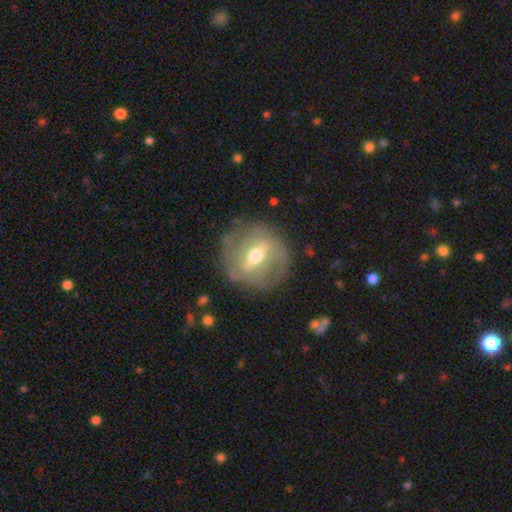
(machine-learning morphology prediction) Smooth or featured?
  - featured or disk: 67% *
  - smooth: 26%
  - star or artifact: 7%
Edge-on disk?
  - no: 84% *
  - yes: 16%
Bar?
  - strong: 49% *
  - weak: 38%
  - no: 13%
Spiral arms?
  - no: 64% *
  - yes: 36%
Bulge size?
  - moderate: 70% *
  - small: 20%
  - large: 8%
  - dominant: 1%
  - none: 1%
Merging?
  - none: 76% *
  - minor disturbance: 15%
  - major disturbance: 7%
  - merger: 2%